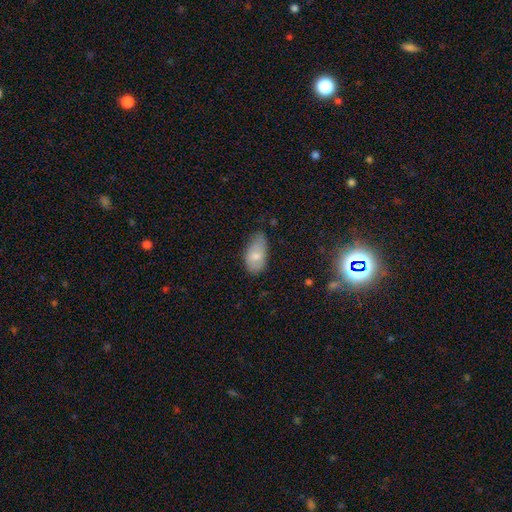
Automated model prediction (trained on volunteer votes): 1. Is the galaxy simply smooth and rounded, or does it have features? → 76% smooth, 17% featured or disk, 7% star or artifact.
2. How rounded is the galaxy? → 93% in between, 4% round, 2% cigar-shaped.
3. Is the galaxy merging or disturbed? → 44% none, 43% minor disturbance, 11% major disturbance, 2% merger.